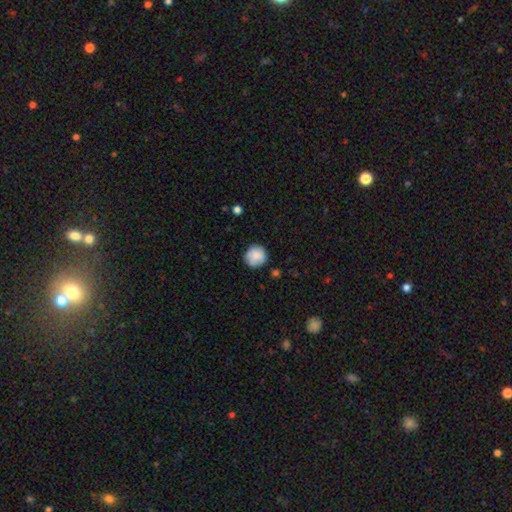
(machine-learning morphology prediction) smooth-or-featured: smooth: 85% | featured or disk: 8% | star or artifact: 7%
  how-rounded: round: 92% | in between: 7% | cigar-shaped: 1%
  merging: none: 82% | minor disturbance: 13% | major disturbance: 3% | merger: 2%